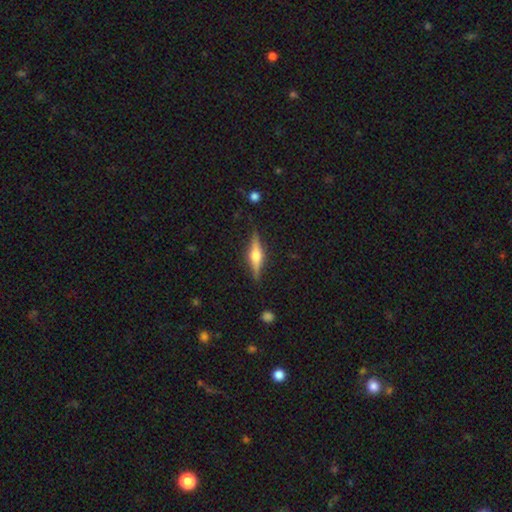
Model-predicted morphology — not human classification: This is likely a featured or disk galaxy (69%). It is clearly viewed edge-on (97%). Edge-on bulge: clearly rounded (91%). Merging: clearly none (86%).